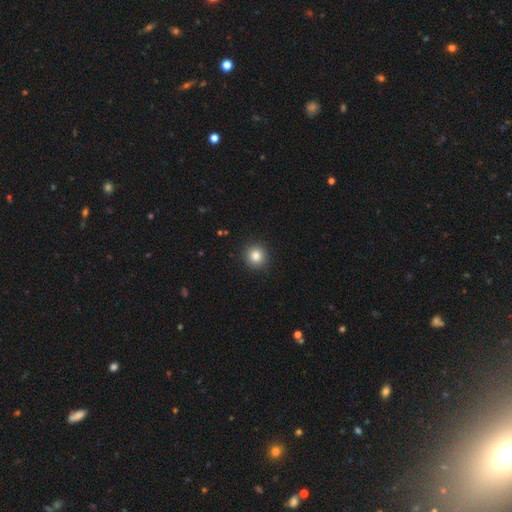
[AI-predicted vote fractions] Smooth or featured: smooth — 84% (star or artifact — 10%)
How rounded: round — 92% (in between — 7%)
Merging: none — 91% (minor disturbance — 6%)